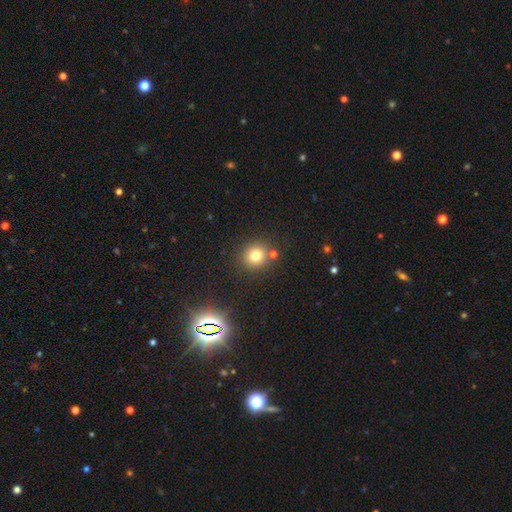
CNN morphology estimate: This is likely a smooth galaxy (77%). How rounded: clearly round (89%). Merging: likely none (79%).